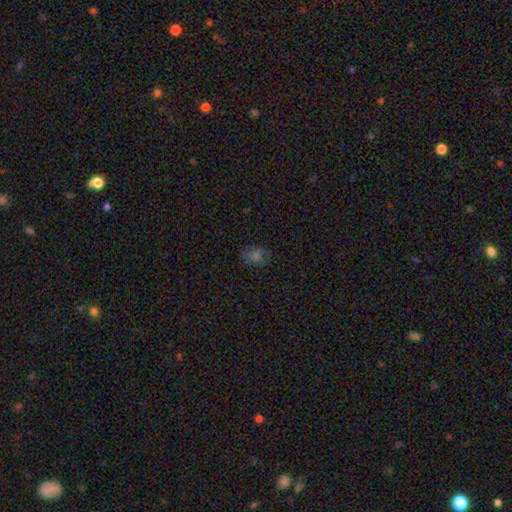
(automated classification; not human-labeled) The model was most divided on "how rounded": round: 54%, in between: 45%, cigar-shaped: 1%. More confident: merging — none (78%); smooth or featured — smooth (61%).